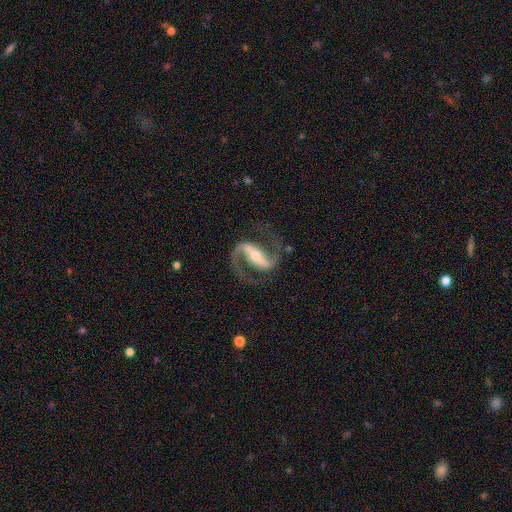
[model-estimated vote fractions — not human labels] Smooth or featured? Predicted: featured or disk (p=0.93). Edge-on disk? Predicted: no (p=0.96). Bar? Predicted: strong (p=0.72). Spiral arms? Predicted: yes (p=0.98). Spiral winding? Predicted: medium (p=0.59). Spiral arm count? Predicted: 2 (p=0.93). Bulge size? Predicted: small (p=0.47). Merging? Predicted: none (p=0.80).